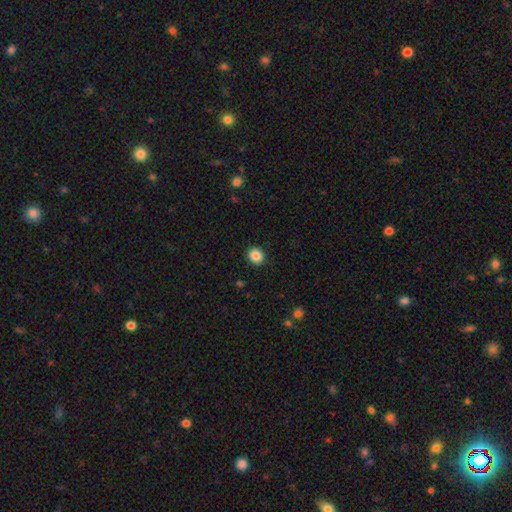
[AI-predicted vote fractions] Overall: smooth (87%). How rounded: round (75%). Merging: none (91%).